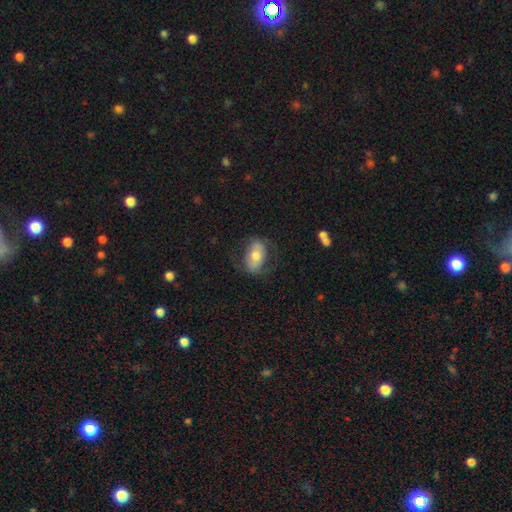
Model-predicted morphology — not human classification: Smooth or featured: smooth — 59% (featured or disk — 34%)
How rounded: in between — 88% (round — 10%)
Merging: none — 67% (minor disturbance — 19%)